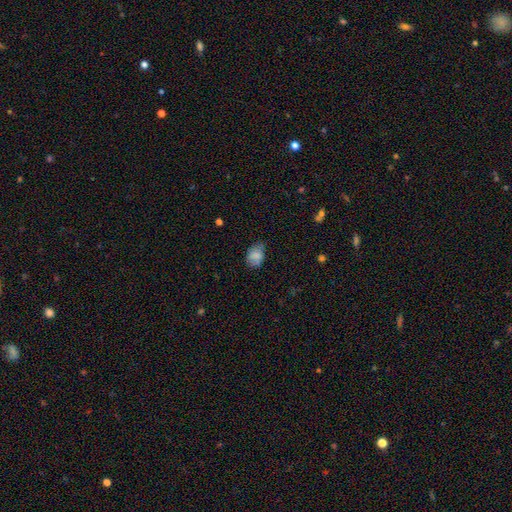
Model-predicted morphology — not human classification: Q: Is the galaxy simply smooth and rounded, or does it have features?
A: smooth — 77%.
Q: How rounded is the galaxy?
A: in between — 69%.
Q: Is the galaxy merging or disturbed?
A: none — 57%.